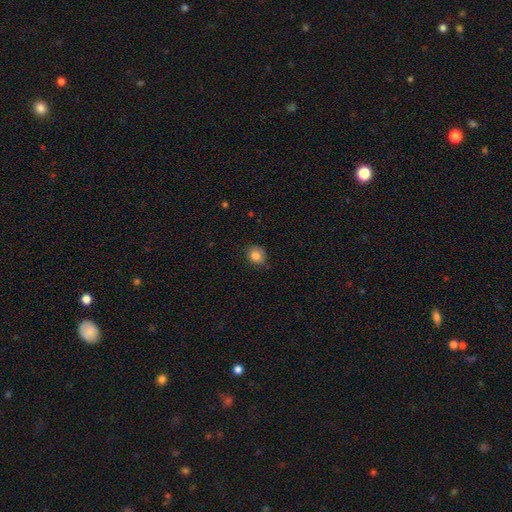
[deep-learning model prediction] smooth 84%, star or artifact 10%, featured or disk 6%. Down the decision tree: how rounded — round (70%); merging — none (77%).